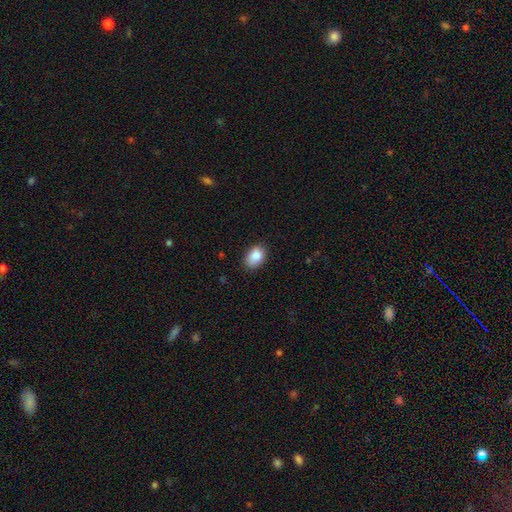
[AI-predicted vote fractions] Smooth or featured: smooth — 87% (star or artifact — 8%)
How rounded: in between — 81% (round — 18%)
Merging: none — 80% (minor disturbance — 16%)